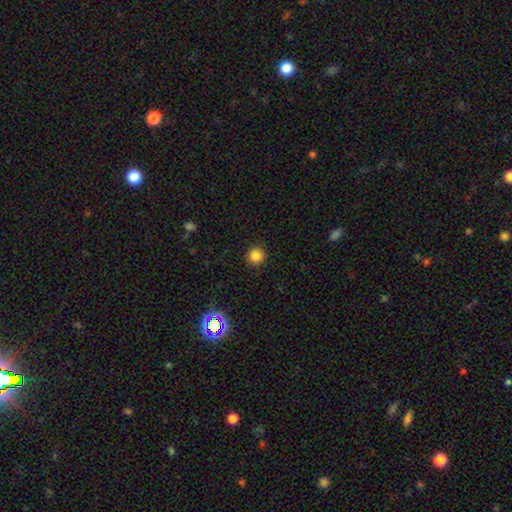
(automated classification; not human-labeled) Overall: smooth (84%). How rounded: round (95%). Merging: none (91%).